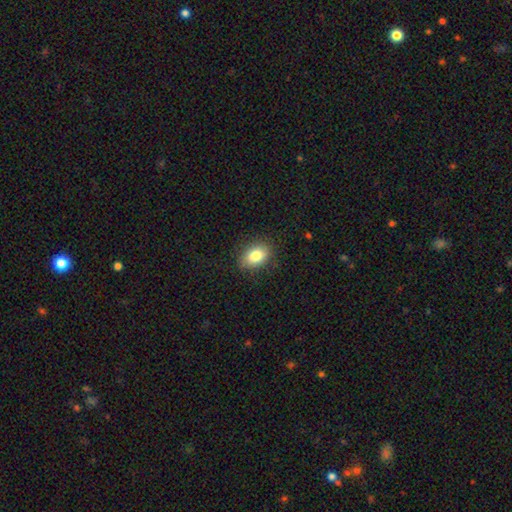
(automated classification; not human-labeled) Smooth or featured? Predicted: smooth (p=0.82). How rounded? Predicted: in between (p=0.82). Merging? Predicted: none (p=0.85).